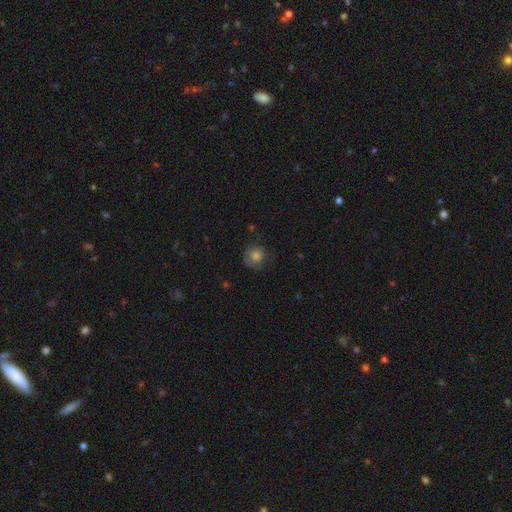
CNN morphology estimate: Q: Smooth or featured?
A: smooth (73%); runner-up: featured or disk (17%)
Q: How rounded?
A: round (88%); runner-up: in between (11%)
Q: Merging?
A: none (70%); runner-up: minor disturbance (20%)